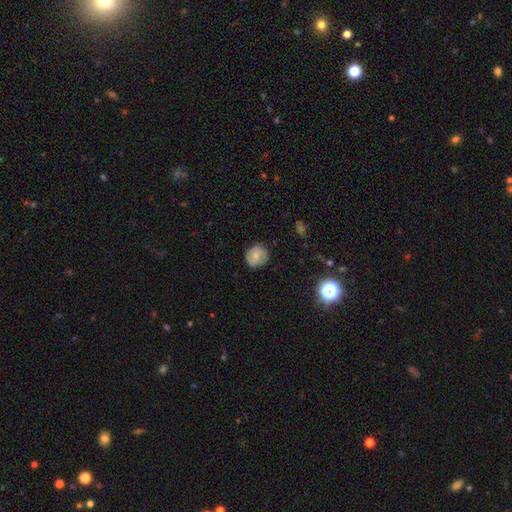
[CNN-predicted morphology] type=smooth (61%); roundness=round (83%); merging=none (79%).